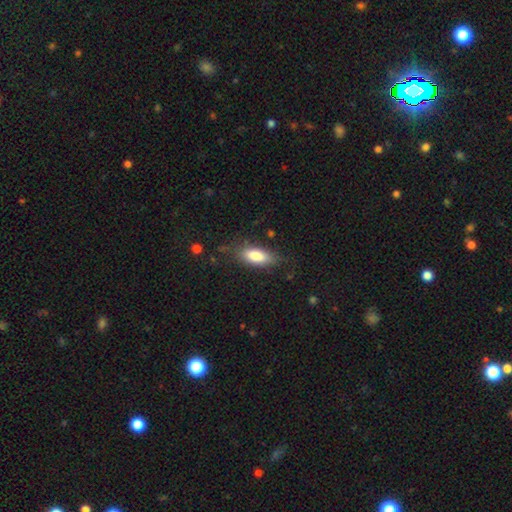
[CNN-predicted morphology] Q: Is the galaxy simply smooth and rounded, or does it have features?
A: smooth — 82%.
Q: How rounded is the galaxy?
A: in between — 79%.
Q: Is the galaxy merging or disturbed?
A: none — 75%.